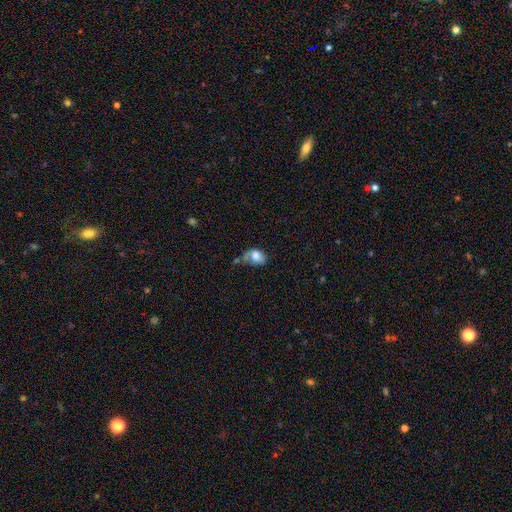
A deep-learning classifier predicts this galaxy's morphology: smooth-or-featured: smooth: 75% | featured or disk: 16% | star or artifact: 9%
  how-rounded: in between: 77% | round: 22% | cigar-shaped: 1%
  merging: minor disturbance: 29% (tied) | none: 29% (tied) | major disturbance: 22% | merger: 20%